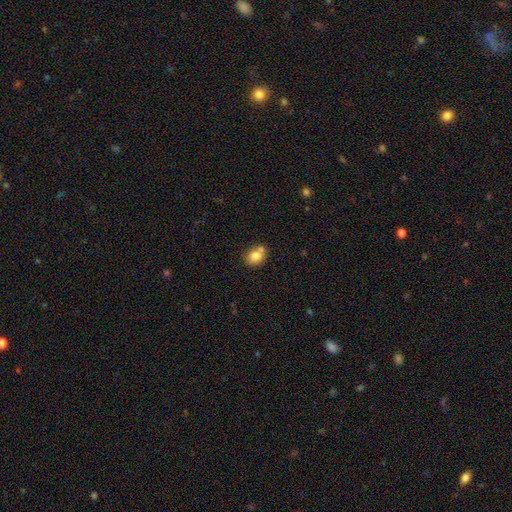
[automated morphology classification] Smooth or featured? Predicted: smooth (p=0.79). How rounded? Predicted: round (p=0.59). Merging? Predicted: none (p=0.56).